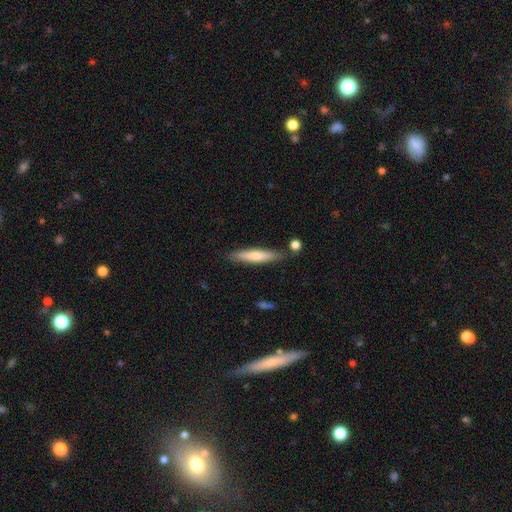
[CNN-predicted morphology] smooth-or-featured: smooth: 67% | featured or disk: 28% | star or artifact: 5%
  how-rounded: cigar-shaped: 89% | in between: 9% | round: 1%
  merging: none: 81% | minor disturbance: 12% | merger: 4% | major disturbance: 3%